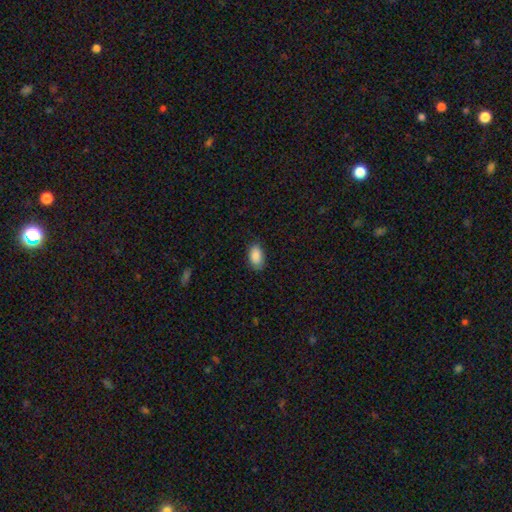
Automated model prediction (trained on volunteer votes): smooth 88%, star or artifact 7%, featured or disk 5%. Down the decision tree: how rounded — in between (93%); merging — none (83%).